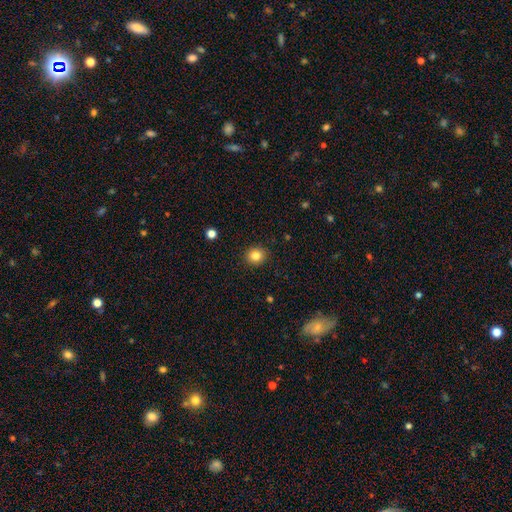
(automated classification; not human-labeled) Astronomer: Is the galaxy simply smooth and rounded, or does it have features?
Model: smooth — 83%.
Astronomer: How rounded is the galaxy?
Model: round — 82%.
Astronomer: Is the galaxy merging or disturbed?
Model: none — 91%.